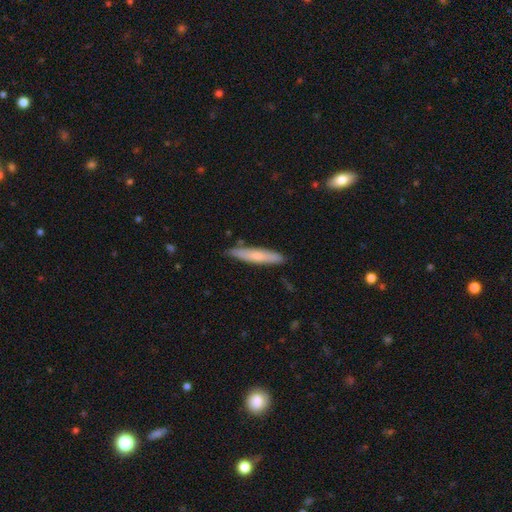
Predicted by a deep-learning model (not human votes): Smooth or featured? Predicted: smooth (p=0.67). How rounded? Predicted: cigar-shaped (p=0.89). Merging? Predicted: none (p=0.84).